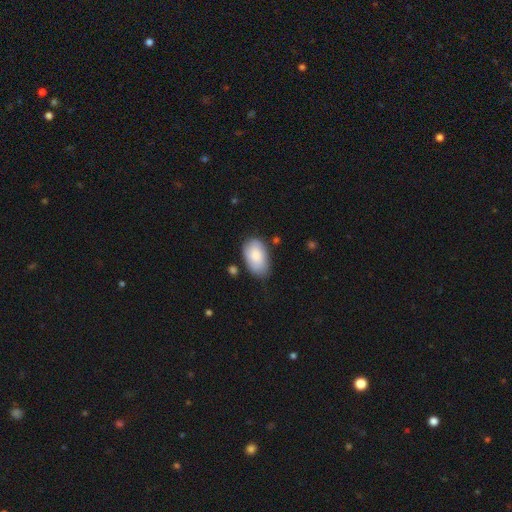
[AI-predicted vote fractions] Smooth or featured: smooth — 83% (featured or disk — 12%)
How rounded: in between — 94% (round — 5%)
Merging: none — 70% (minor disturbance — 22%)